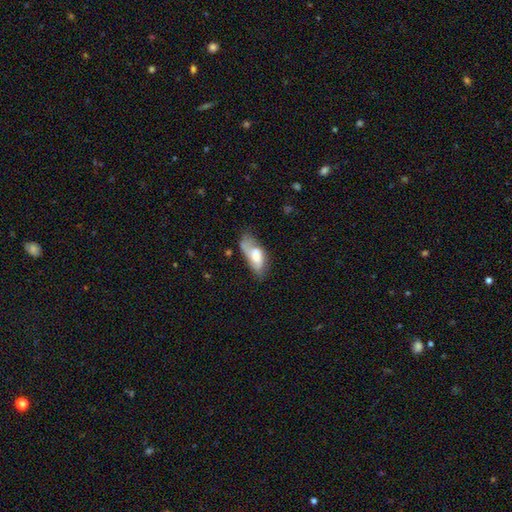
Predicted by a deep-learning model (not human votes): Morphology: type=smooth (55%); roundness=in between (84%); merging=none (34%).